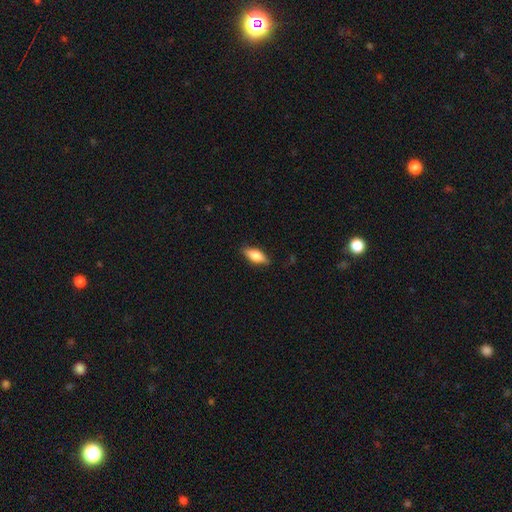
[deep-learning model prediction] Smooth or featured: smooth — 69% (featured or disk — 24%)
How rounded: in between — 74% (cigar-shaped — 23%)
Merging: none — 85% (minor disturbance — 12%)